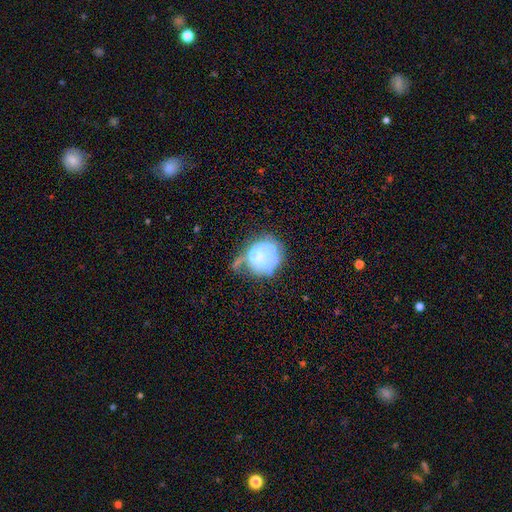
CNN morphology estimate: Overall: featured or disk (54%; smooth 36%). Edge-on disk: no (98%). Bar: no (87%). Spiral arms: no (87%). Bulge size: none (38%; moderate 29%). Merging: major disturbance (31%; none 27%).